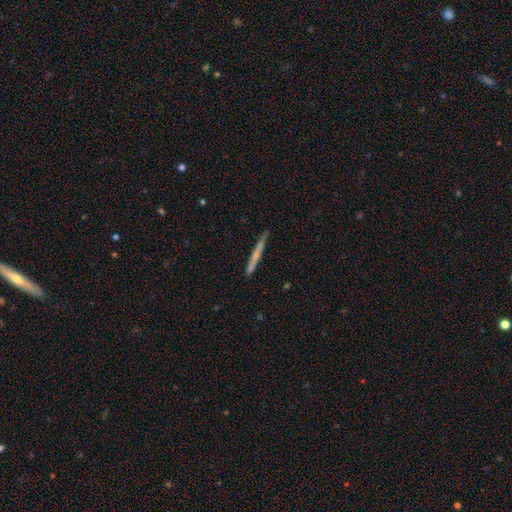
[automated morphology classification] Overall: featured or disk (48%; smooth 45%). Merging: none (84%).